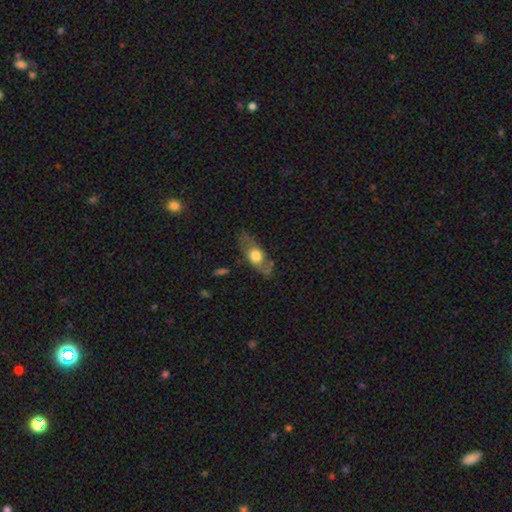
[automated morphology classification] Smooth or featured? Predicted: featured or disk (p=0.51). Edge-on disk? Predicted: no (p=0.65). Merging? Predicted: none (p=0.66).